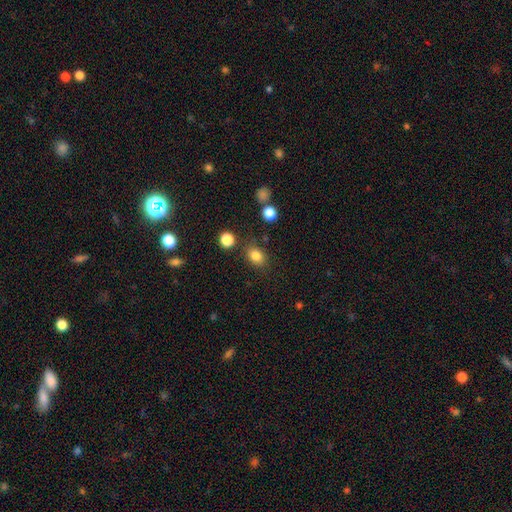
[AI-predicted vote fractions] This is clearly a smooth galaxy (82%). How rounded: likely in between (63%). Merging: likely none (78%).